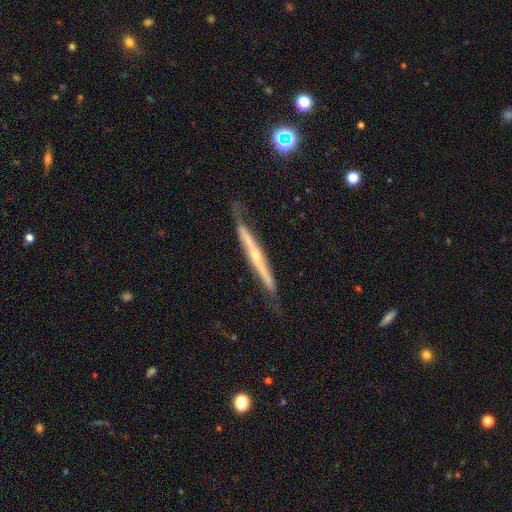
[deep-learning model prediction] This is likely a featured or disk galaxy (78%). It is clearly viewed edge-on (92%). Edge-on bulge: likely rounded (71%). Merging: likely none (70%).